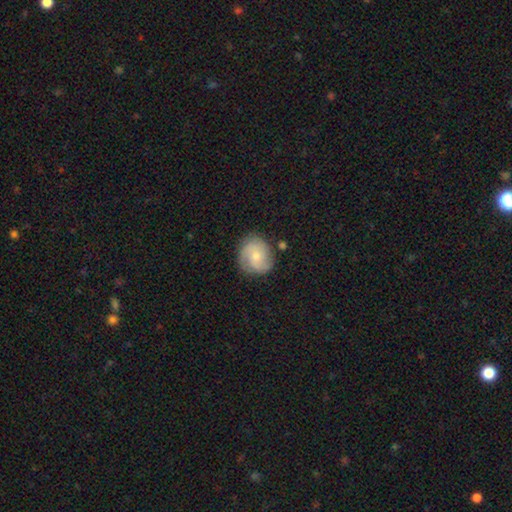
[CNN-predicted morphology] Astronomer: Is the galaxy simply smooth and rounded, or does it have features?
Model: featured or disk — 54% (runner-up: smooth, 39%).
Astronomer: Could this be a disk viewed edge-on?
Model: no — 98%.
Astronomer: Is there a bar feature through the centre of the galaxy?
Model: no — 68%.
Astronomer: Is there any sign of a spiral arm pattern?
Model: yes — 89%.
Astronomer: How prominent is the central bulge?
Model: small — 50% (runner-up: moderate, 44%).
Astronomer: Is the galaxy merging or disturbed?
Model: none — 76%.